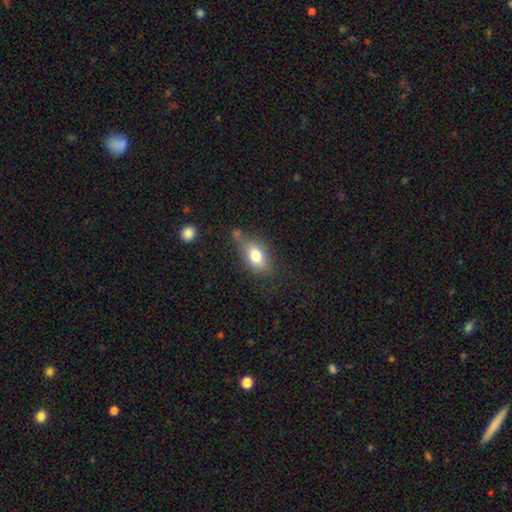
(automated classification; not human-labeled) A smooth galaxy with no disk features (74%) that is in between round and cigar-shaped (80%).

Vote fractions:
- Smooth or featured? smooth: 74% / featured or disk: 17% / star or artifact: 9%
- How rounded? in between: 80% / round: 16% / cigar-shaped: 5%
- Merging? none: 54% / minor disturbance: 26% / major disturbance: 11% / merger: 10%